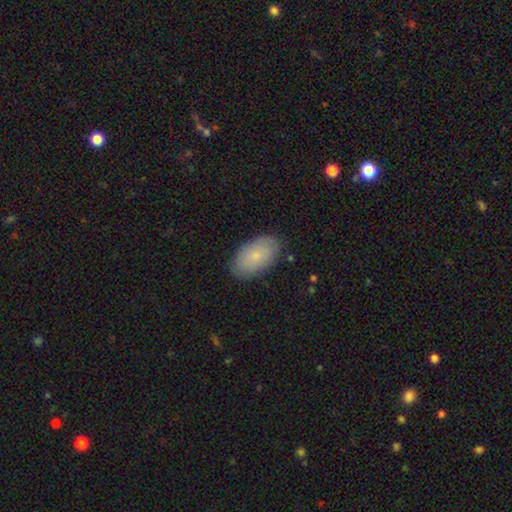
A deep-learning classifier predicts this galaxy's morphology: Smooth or featured?
  - smooth: 79% *
  - featured or disk: 14%
  - star or artifact: 7%
How rounded?
  - in between: 95% *
  - round: 4%
  - cigar-shaped: 2%
Merging?
  - none: 86% *
  - minor disturbance: 11%
  - major disturbance: 2%
  - merger: 1%